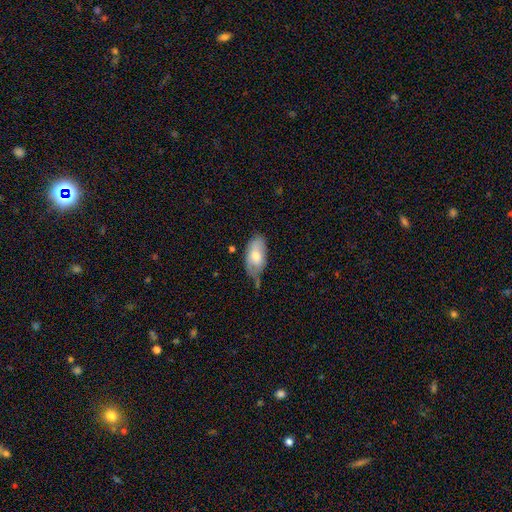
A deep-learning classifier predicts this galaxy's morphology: This is likely a smooth galaxy (70%). How rounded: clearly in between (93%). Merging: marginally none (44%).